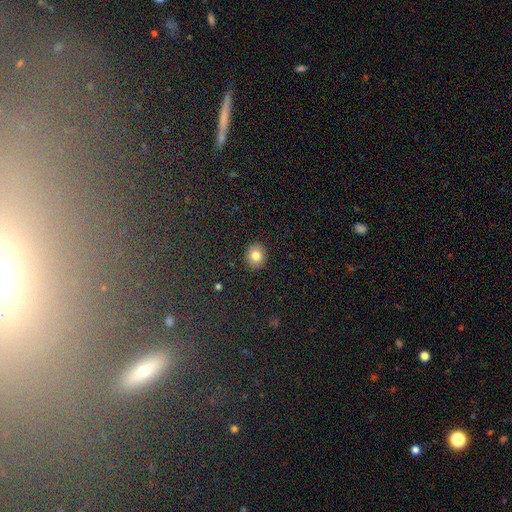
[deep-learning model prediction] Smooth or featured? smooth (81%)
How rounded? round (83%)
Merging? none (91%)